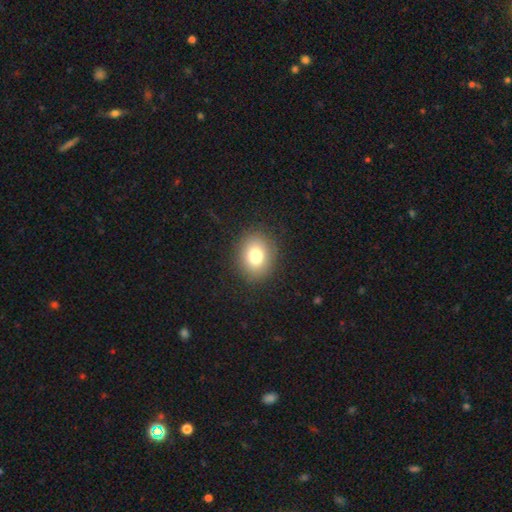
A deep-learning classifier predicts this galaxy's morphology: smooth_or_featured: smooth (p=0.79) [alt: star or artifact p=0.11]
how_rounded: round (p=0.51) [alt: in between p=0.48]
merging: none (p=0.89) [alt: minor disturbance p=0.07]